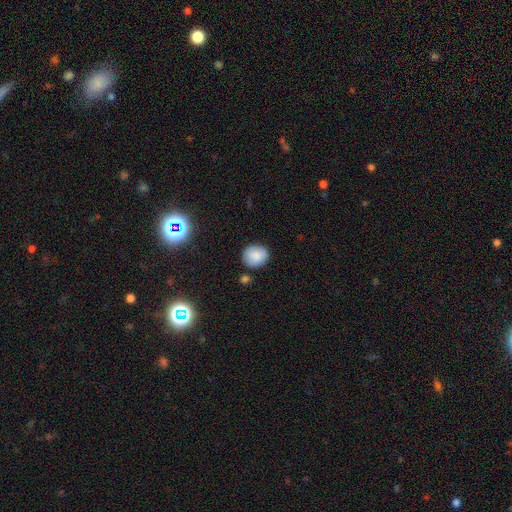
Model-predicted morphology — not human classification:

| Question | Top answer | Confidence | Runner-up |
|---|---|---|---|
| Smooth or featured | smooth | 84% | star or artifact (9%) |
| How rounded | round | 71% | in between (28%) |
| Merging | none | 80% | minor disturbance (13%) |